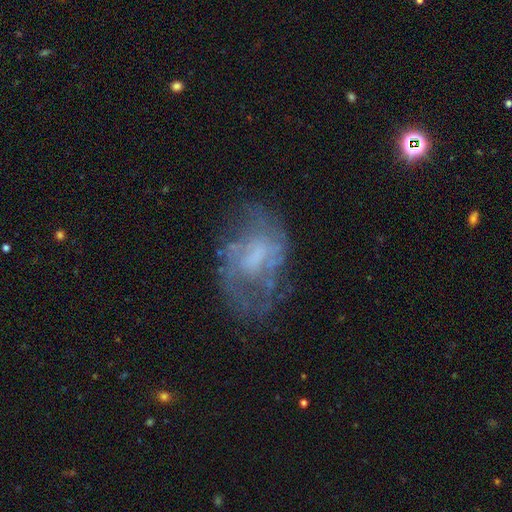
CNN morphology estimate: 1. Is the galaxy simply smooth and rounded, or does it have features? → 64% featured or disk, 25% smooth, 11% star or artifact.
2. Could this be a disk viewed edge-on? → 96% no, 4% yes.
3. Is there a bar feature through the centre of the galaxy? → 55% no, 36% weak, 8% strong.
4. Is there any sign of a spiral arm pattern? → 53% yes, 47% no.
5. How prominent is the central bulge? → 43% none, 25% moderate, 23% small, 7% large, 1% dominant.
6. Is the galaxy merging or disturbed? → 52% none, 23% major disturbance, 22% minor disturbance, 3% merger.